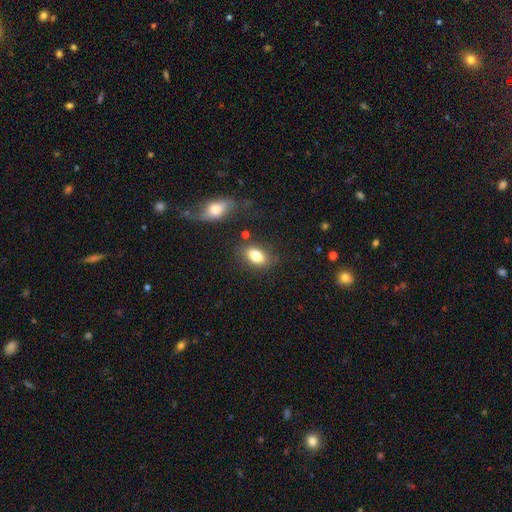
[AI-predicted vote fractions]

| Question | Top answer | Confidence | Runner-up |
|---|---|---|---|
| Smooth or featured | smooth | 80% | featured or disk (11%) |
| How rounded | in between | 84% | round (14%) |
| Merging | none | 75% | minor disturbance (15%) |